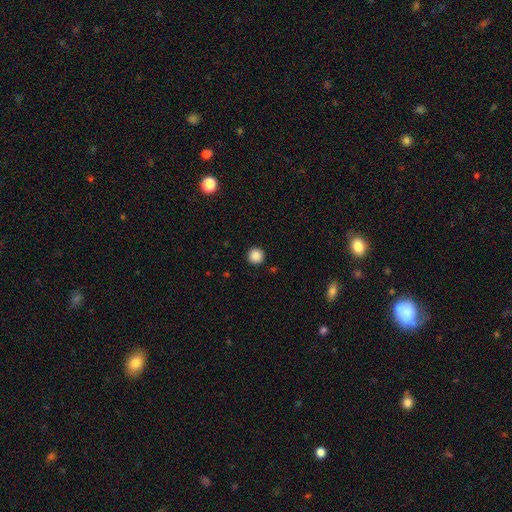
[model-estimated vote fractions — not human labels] Smooth or featured? smooth (87%)
How rounded? round (96%)
Merging? none (93%)